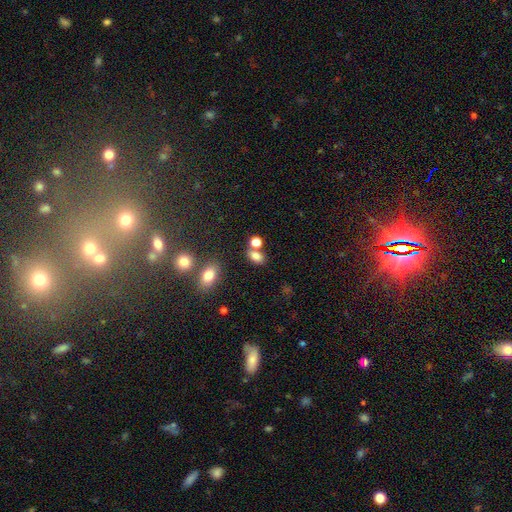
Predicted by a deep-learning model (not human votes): smooth_or_featured: smooth (p=0.81) [alt: star or artifact p=0.12]
how_rounded: in between (p=0.81) [alt: round p=0.17]
merging: none (p=0.58) [alt: merger p=0.25]